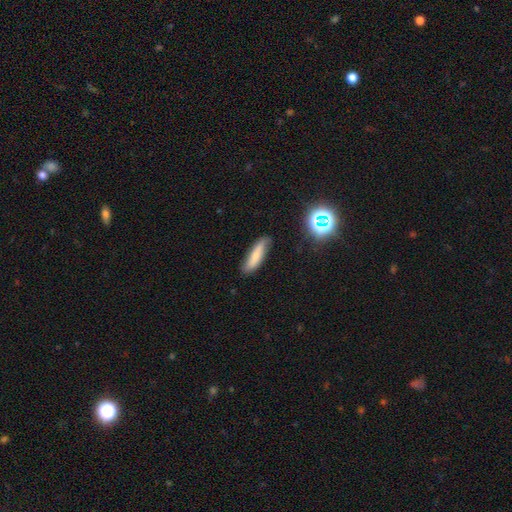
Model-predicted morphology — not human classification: Smooth or featured: smooth — 69% (featured or disk — 22%)
How rounded: cigar-shaped — 72% (in between — 26%)
Merging: none — 77% (minor disturbance — 17%)